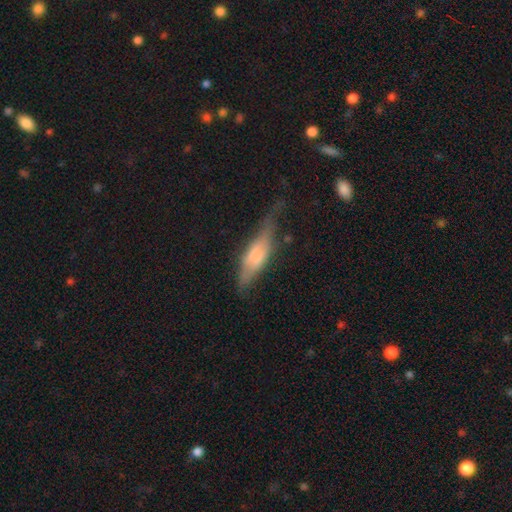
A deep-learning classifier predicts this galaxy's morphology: A featured or disk galaxy (48%). Merging: none (49%).